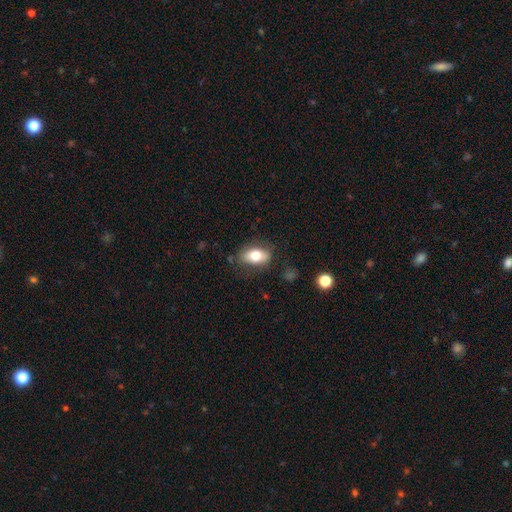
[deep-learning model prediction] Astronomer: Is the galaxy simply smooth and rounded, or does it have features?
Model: smooth — 74%.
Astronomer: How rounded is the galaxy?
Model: in between — 88%.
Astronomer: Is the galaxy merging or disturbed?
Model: none — 78%.